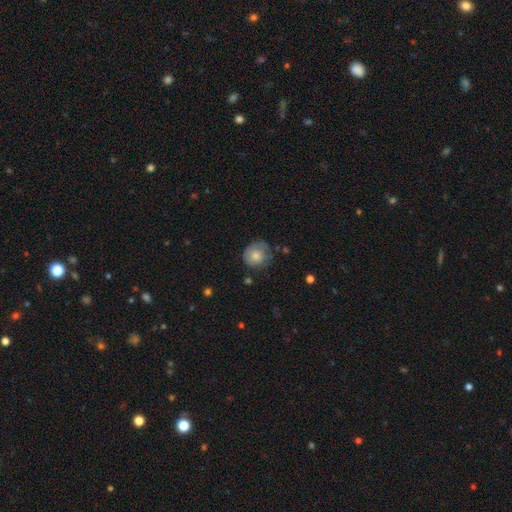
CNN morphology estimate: The model was most divided on "merging": none: 61%, minor disturbance: 28%, major disturbance: 9%, merger: 2%. More confident: how rounded — round (84%); smooth or featured — smooth (74%).